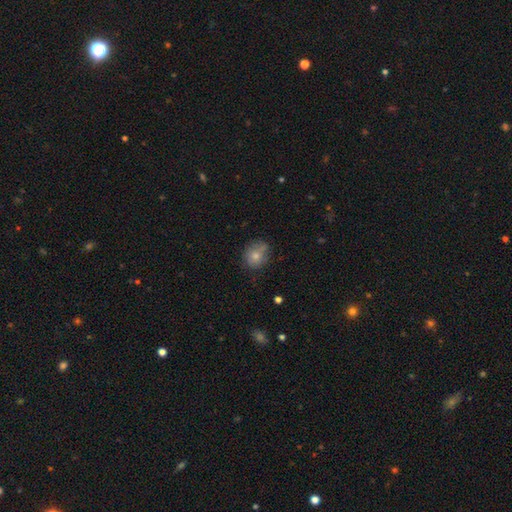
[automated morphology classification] smooth 76%, featured or disk 14%, star or artifact 10%. Down the decision tree: how rounded — round (68%); merging — none (61%).